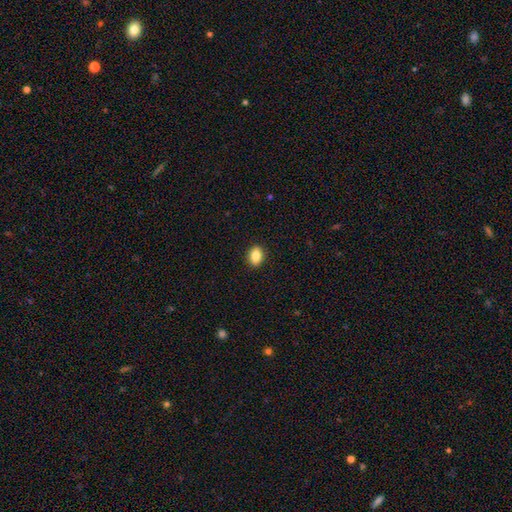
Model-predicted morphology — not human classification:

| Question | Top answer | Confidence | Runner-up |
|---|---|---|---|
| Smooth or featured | smooth | 86% | star or artifact (8%) |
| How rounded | in between | 78% | round (20%) |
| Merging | none | 91% | minor disturbance (7%) |